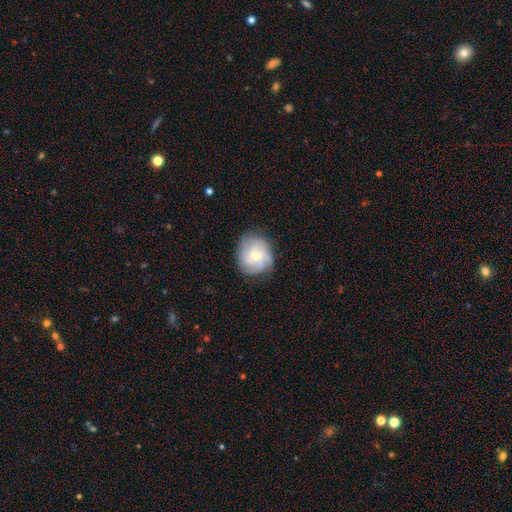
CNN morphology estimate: A featured or disk galaxy (64%) with no bar (66%), tight (53%) spiral arms (89%) and a small central bulge (49%). Merging: none (76%).